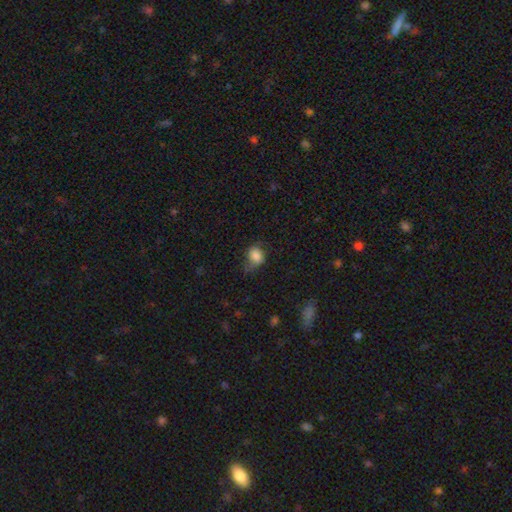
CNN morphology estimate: Overall: smooth (79%). How rounded: round (54%; in between 45%). Merging: none (43%; minor disturbance 36%).